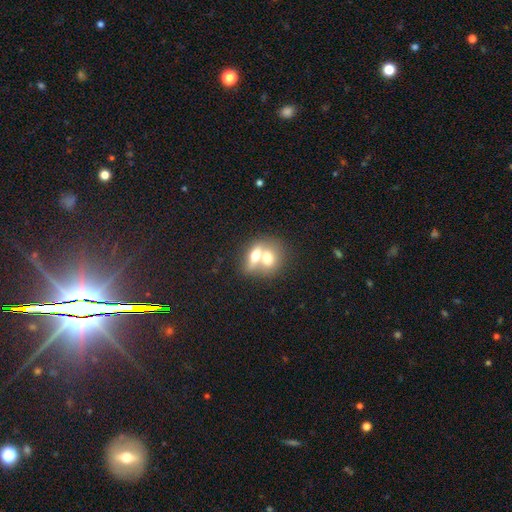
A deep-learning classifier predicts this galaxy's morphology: type=smooth (64%); roundness=in between (50%); merging=merger (71%).